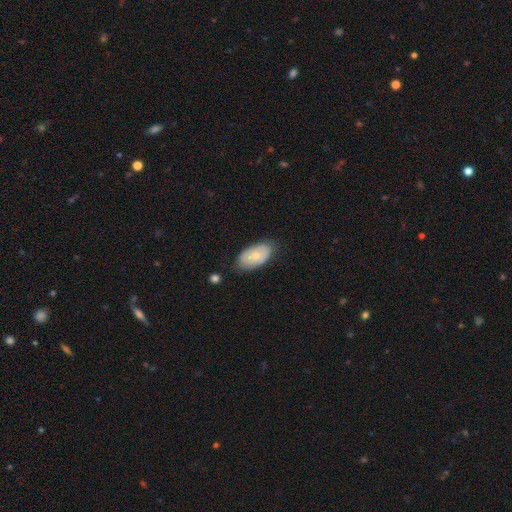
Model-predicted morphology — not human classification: Q: Smooth or featured?
A: smooth (61%); runner-up: featured or disk (33%)
Q: How rounded?
A: in between (94%); runner-up: round (4%)
Q: Merging?
A: none (73%); runner-up: minor disturbance (21%)